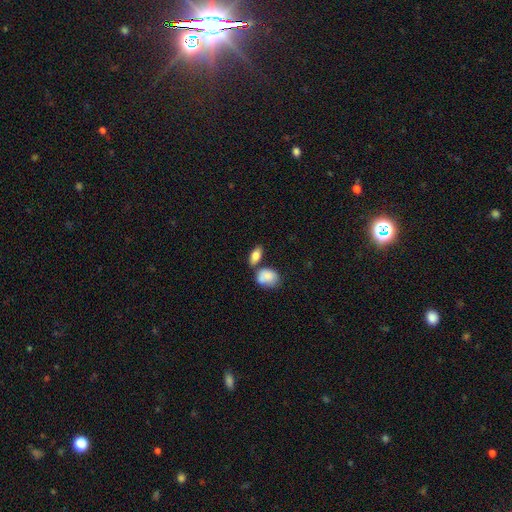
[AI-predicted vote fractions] The model was most divided on "merging": none: 59%, merger: 23%, minor disturbance: 14%, major disturbance: 4%. More confident: how rounded — in between (84%); smooth or featured — smooth (79%).